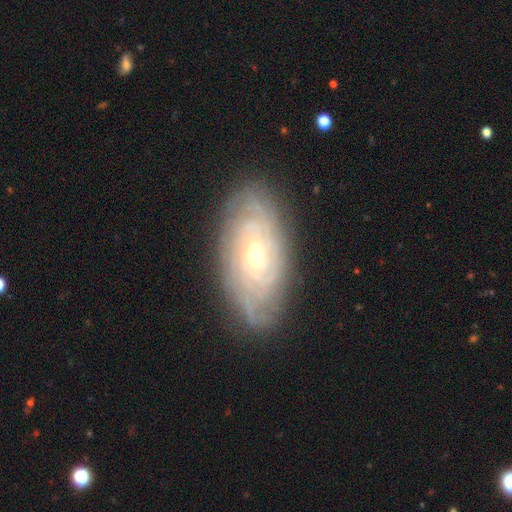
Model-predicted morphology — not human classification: Q: Smooth or featured?
A: featured or disk (83%); runner-up: smooth (10%)
Q: Edge-on disk?
A: no (93%); runner-up: yes (7%)
Q: Bar?
A: no (66%); runner-up: weak (26%)
Q: Spiral arms?
A: yes (95%); runner-up: no (5%)
Q: Spiral winding?
A: tight (81%); runner-up: medium (16%)
Q: Spiral arm count?
A: can't tell (40%); runner-up: 4 (16%)
Q: Bulge size?
A: small (55%); runner-up: moderate (42%)
Q: Merging?
A: none (82%); runner-up: minor disturbance (14%)